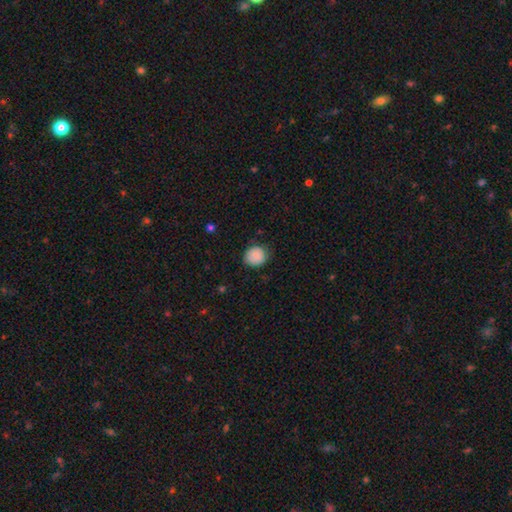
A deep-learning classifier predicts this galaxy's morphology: The model was most divided on "merging": none: 76%, minor disturbance: 19%, major disturbance: 4%, merger: 1%. More confident: smooth or featured — smooth (87%); how rounded — round (79%).